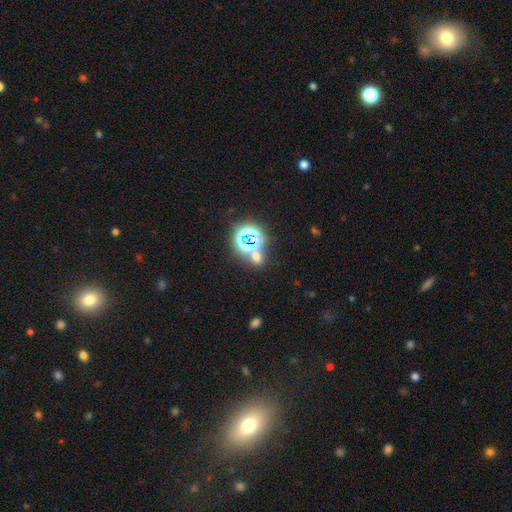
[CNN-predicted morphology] This is possibly a star or artifact rather than a galaxy (53%).